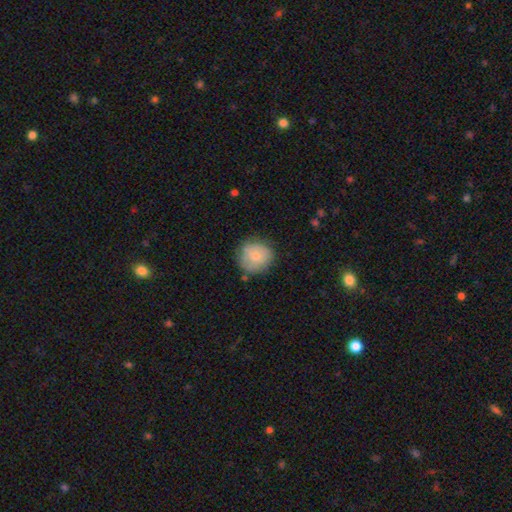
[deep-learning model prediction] The model was most divided on "smooth or featured": smooth: 72%, featured or disk: 21%, star or artifact: 7%. More confident: how rounded — round (89%); merging — none (71%).